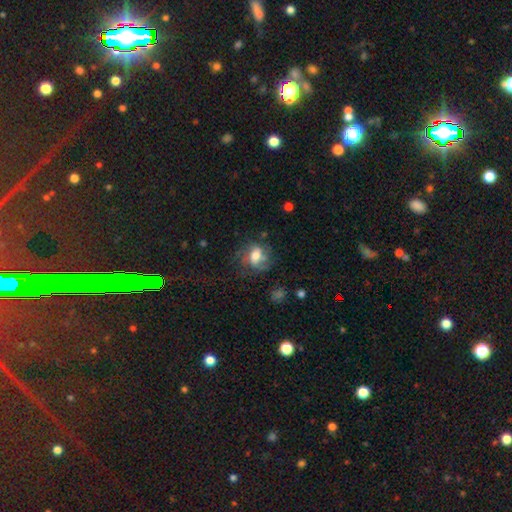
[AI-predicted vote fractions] Smooth or featured: featured or disk — 52% (smooth — 37%)
Edge-on disk: no — 96% (yes — 4%)
Bar: no — 51% (weak — 38%)
Spiral arms: yes — 72% (no — 28%)
Bulge size: moderate — 55% (large — 27%)
Merging: none — 53% (minor disturbance — 22%)